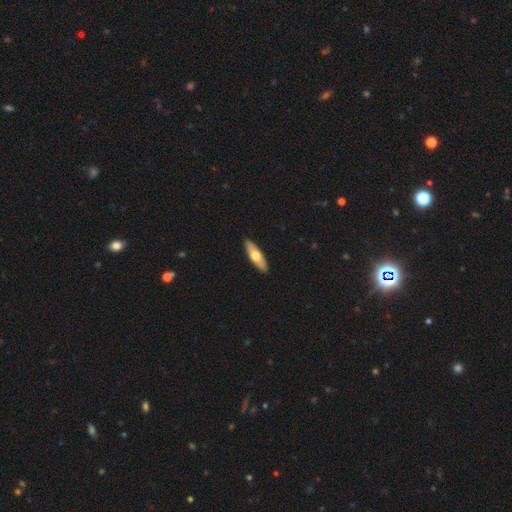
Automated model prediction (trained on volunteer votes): A smooth galaxy with no disk features (61%) that is cigar-shaped (54%). Merging: none (91%).